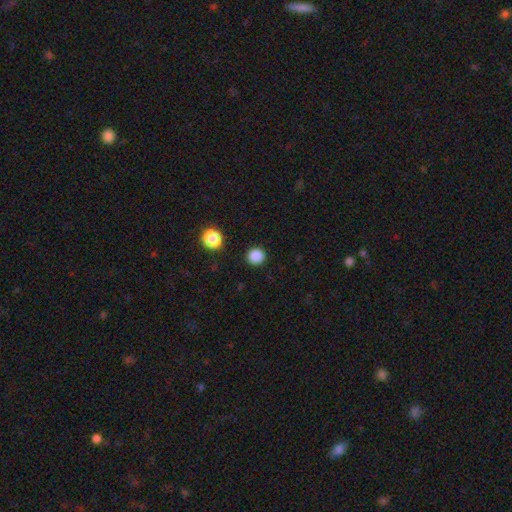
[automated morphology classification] Q: Smooth or featured?
A: smooth (85%); runner-up: star or artifact (12%)
Q: How rounded?
A: round (91%); runner-up: in between (8%)
Q: Merging?
A: none (90%); runner-up: minor disturbance (6%)